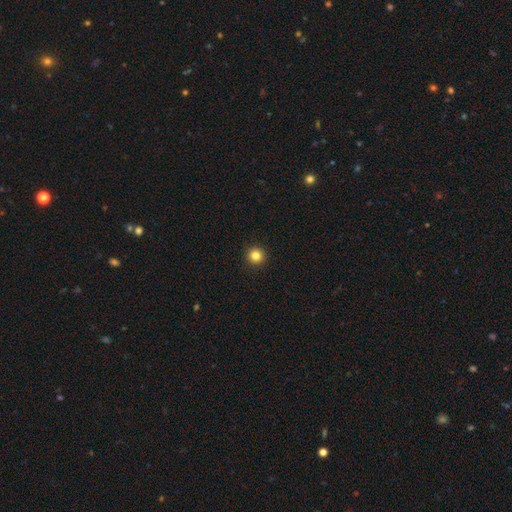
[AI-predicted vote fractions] A smooth galaxy with no disk features (83%) that is round (96%).

Vote fractions:
- Smooth or featured? smooth: 83% / star or artifact: 12% / featured or disk: 5%
- How rounded? round: 96% / in between: 3% / cigar-shaped: 1%
- Merging? none: 94% / minor disturbance: 4% / major disturbance: 1% / merger: 1%